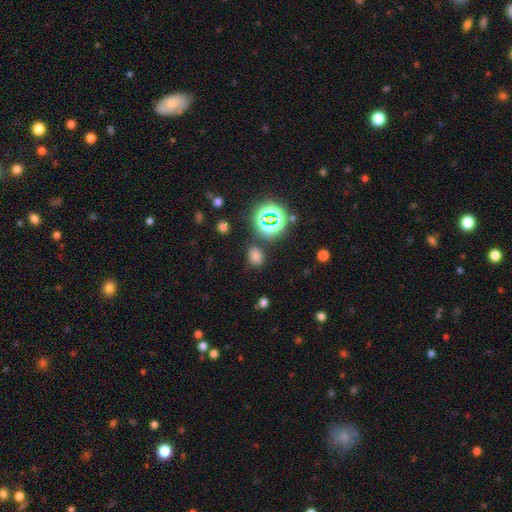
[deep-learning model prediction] The model was most divided on "how rounded": in between: 61%, round: 38%, cigar-shaped: 1%. More confident: merging — none (78%); smooth or featured — smooth (69%).